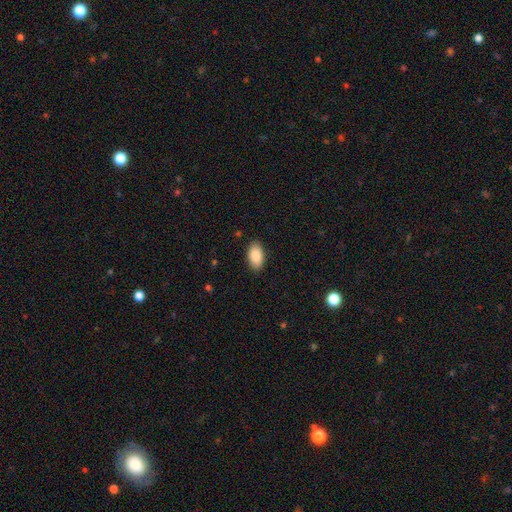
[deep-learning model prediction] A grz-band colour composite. It shows a smooth galaxy with no disk features (90%) that is in between round and cigar-shaped (95%). Merging: none (88%).